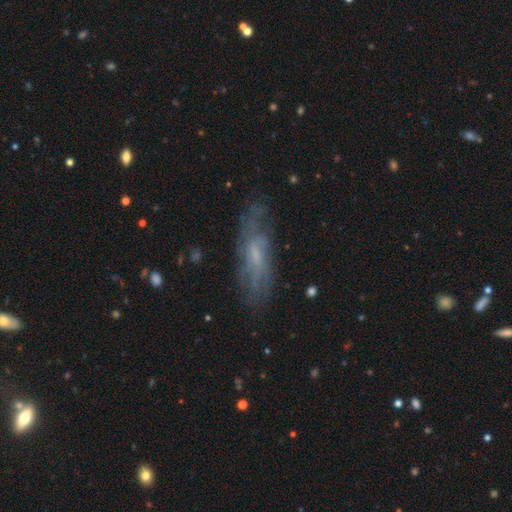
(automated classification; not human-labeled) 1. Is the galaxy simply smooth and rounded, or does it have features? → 59% featured or disk, 31% smooth, 10% star or artifact.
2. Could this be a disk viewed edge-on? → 71% no, 29% yes.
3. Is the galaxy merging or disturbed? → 74% none, 18% minor disturbance, 6% major disturbance, 2% merger.